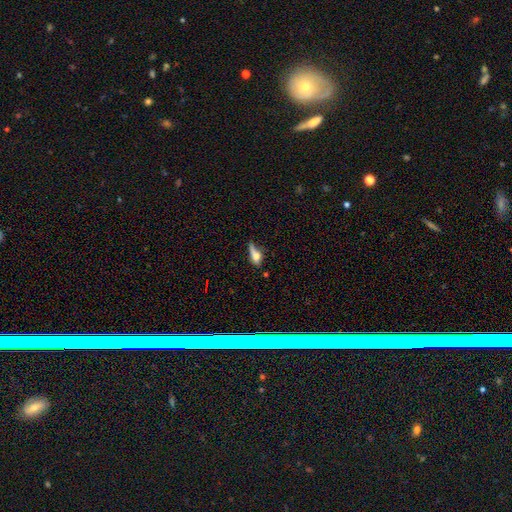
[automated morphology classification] This appears to be a smooth galaxy with no disk features (59%) that is in between round and cigar-shaped (65%). Merging: minor disturbance (34%).